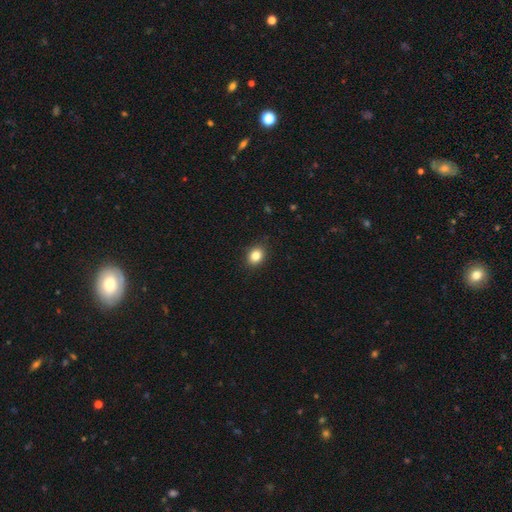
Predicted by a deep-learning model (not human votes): Overall: smooth (85%). How rounded: in between (52%; round 47%). Merging: none (89%).